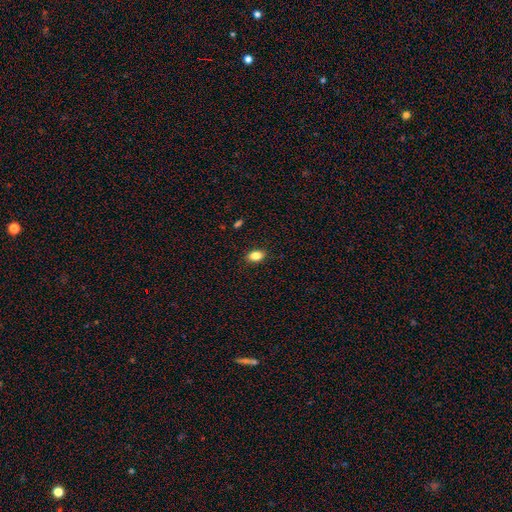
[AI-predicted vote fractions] Q: Smooth or featured?
A: smooth (86%); runner-up: star or artifact (9%)
Q: How rounded?
A: in between (86%); runner-up: round (12%)
Q: Merging?
A: none (88%); runner-up: minor disturbance (9%)